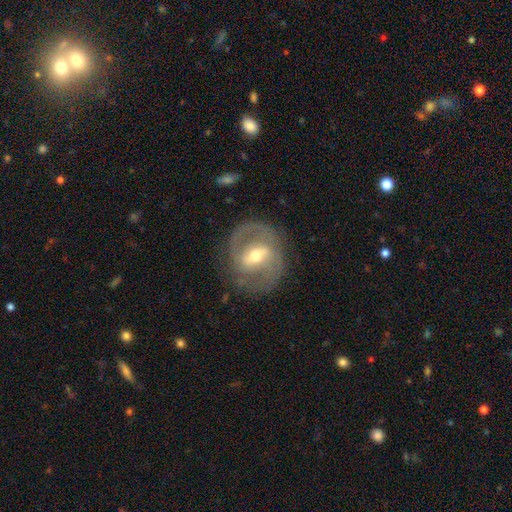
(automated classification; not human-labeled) This appears to be a featured or disk galaxy (82%) with a weak bar (44%), 2 (84%) medium (51%) spiral arms (88%) and a moderate central bulge (58%). Merging: none (77%).